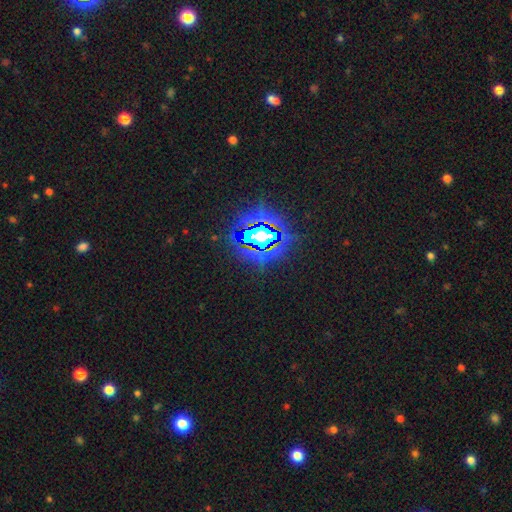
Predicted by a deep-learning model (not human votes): Overall: star or artifact (86%).